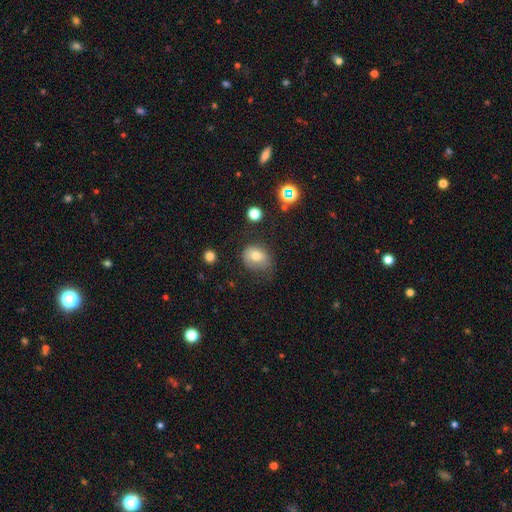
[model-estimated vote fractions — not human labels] Q: Smooth or featured?
A: smooth (71%); runner-up: featured or disk (18%)
Q: How rounded?
A: in between (50%); runner-up: round (49%)
Q: Merging?
A: none (46%); runner-up: minor disturbance (33%)